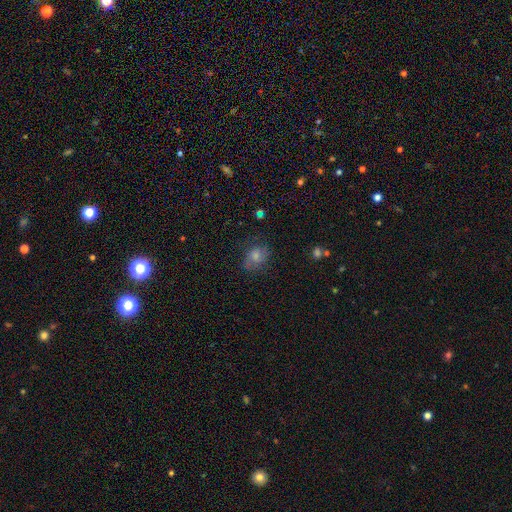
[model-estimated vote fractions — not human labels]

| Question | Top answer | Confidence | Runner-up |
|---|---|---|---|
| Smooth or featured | smooth | 46% | featured or disk (31%) |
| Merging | none | 70% | minor disturbance (20%) |